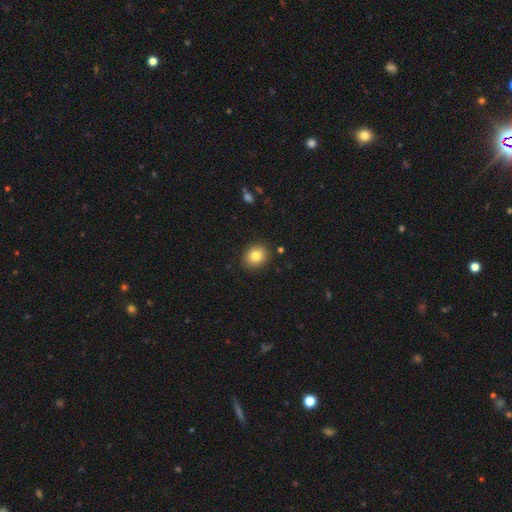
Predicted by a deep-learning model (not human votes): Overall: smooth (82%). How rounded: round (66%; in between 33%). Merging: none (89%).